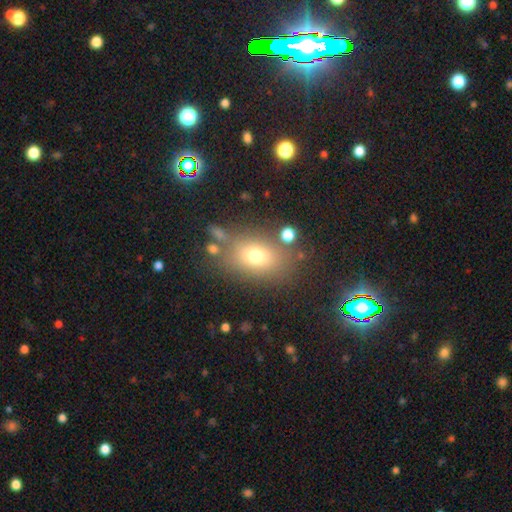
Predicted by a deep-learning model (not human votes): The model was most divided on "how rounded": in between: 72%, round: 26%, cigar-shaped: 2%. More confident: merging — none (74%); smooth or featured — smooth (69%).